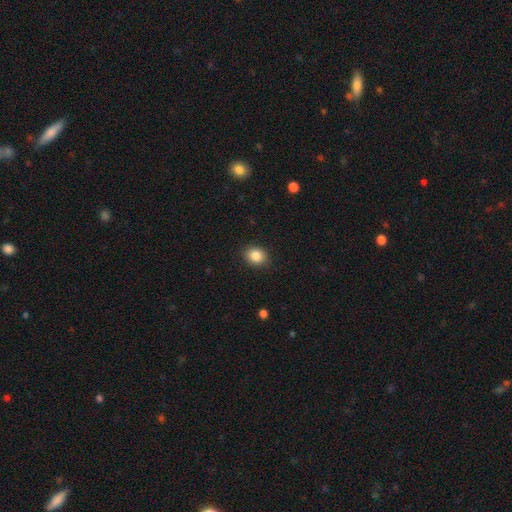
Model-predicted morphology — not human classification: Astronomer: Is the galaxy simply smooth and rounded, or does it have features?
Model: smooth — 86%.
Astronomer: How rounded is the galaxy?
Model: round — 59% (runner-up: in between, 40%).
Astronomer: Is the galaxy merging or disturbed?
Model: none — 90%.